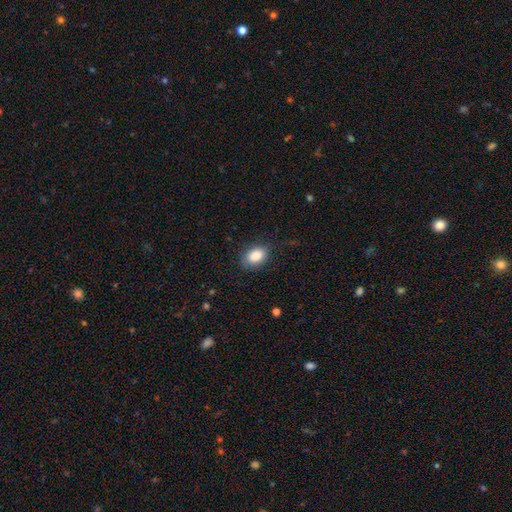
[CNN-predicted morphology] The model was most divided on "merging": none: 76%, minor disturbance: 18%, major disturbance: 5%, merger: 1%. More confident: smooth or featured — smooth (87%); how rounded — in between (82%).